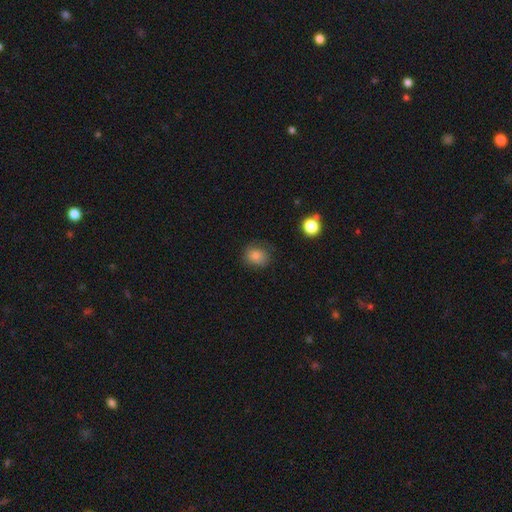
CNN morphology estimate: smooth 77%, featured or disk 13%, star or artifact 10%. Down the decision tree: how rounded — round (72%); merging — none (67%).